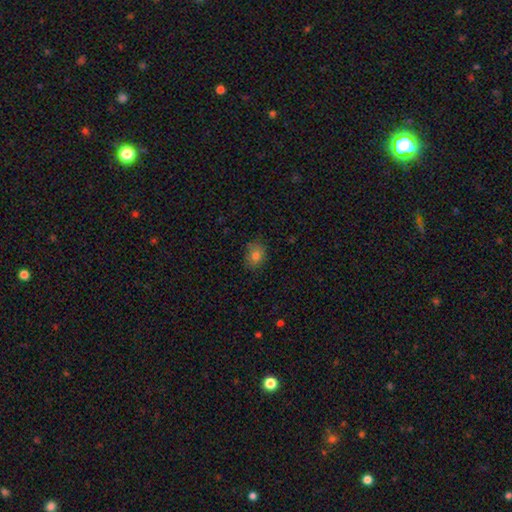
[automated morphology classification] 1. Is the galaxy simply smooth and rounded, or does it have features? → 79% smooth, 12% star or artifact, 9% featured or disk.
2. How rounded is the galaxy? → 51% round, 48% in between, 1% cigar-shaped.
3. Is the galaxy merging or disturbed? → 78% none, 17% minor disturbance, 3% major disturbance, 1% merger.